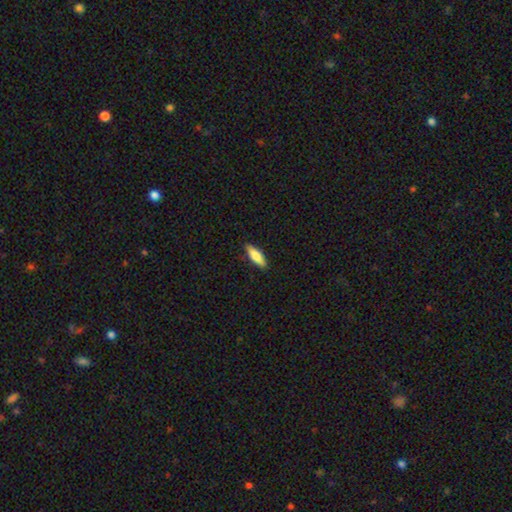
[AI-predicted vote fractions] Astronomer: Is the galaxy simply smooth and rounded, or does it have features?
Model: smooth — 75%.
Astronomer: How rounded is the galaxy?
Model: cigar-shaped — 52% (runner-up: in between, 46%).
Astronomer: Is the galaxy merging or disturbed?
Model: none — 86%.